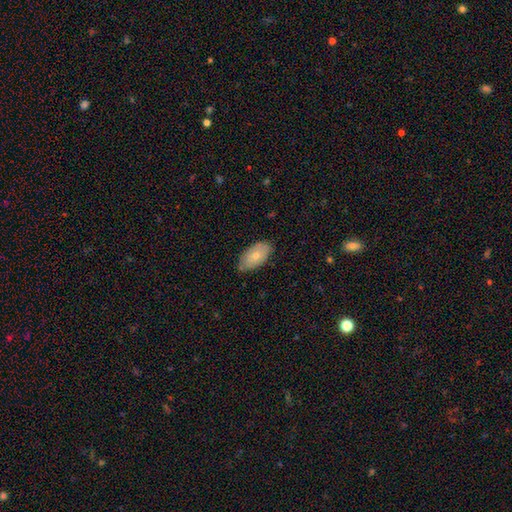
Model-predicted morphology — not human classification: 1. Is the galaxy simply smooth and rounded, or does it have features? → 71% smooth, 23% featured or disk, 6% star or artifact.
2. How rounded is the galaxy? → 94% in between, 3% round, 2% cigar-shaped.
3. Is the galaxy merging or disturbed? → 76% none, 19% minor disturbance, 3% major disturbance, 1% merger.